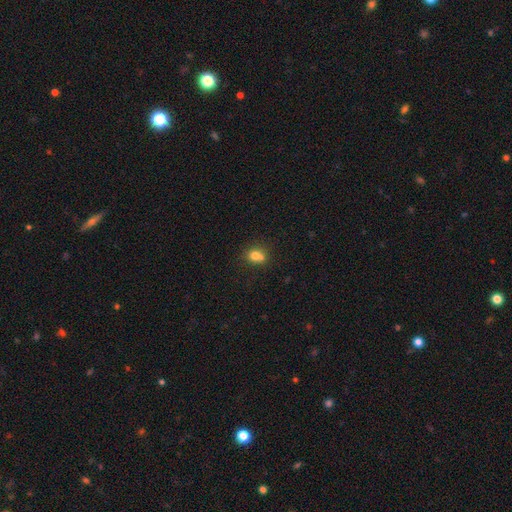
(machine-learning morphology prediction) Smooth or featured? Predicted: smooth (p=0.74). How rounded? Predicted: round (p=0.62). Merging? Predicted: none (p=0.44).